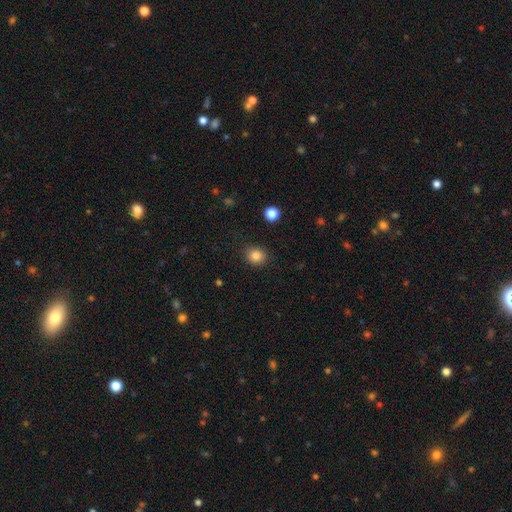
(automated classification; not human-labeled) smooth 85%, star or artifact 11%, featured or disk 4%. Down the decision tree: how rounded — round (73%); merging — none (88%).